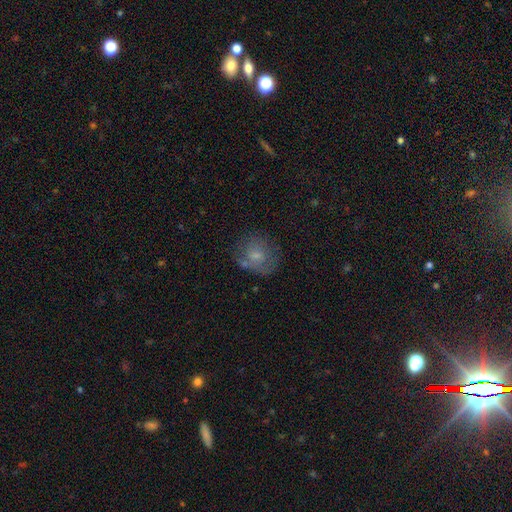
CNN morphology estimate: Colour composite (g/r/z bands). It shows a smooth galaxy with no disk features (60%) that is round (69%). Merging: none (56%).